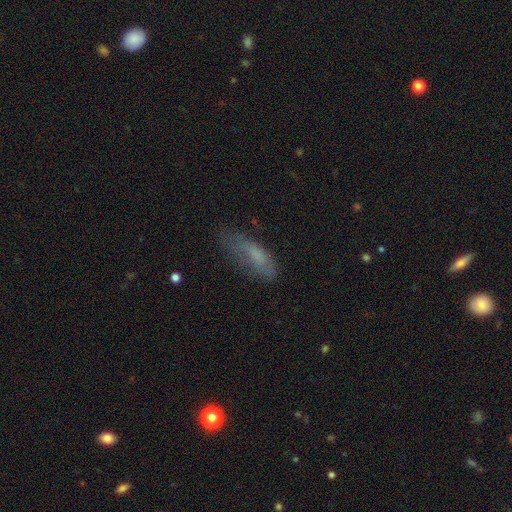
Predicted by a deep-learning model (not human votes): smooth_or_featured: smooth (p=0.66) [alt: featured or disk p=0.24]
how_rounded: in between (p=0.61) [alt: cigar-shaped p=0.37]
merging: none (p=0.46) [alt: minor disturbance p=0.32]